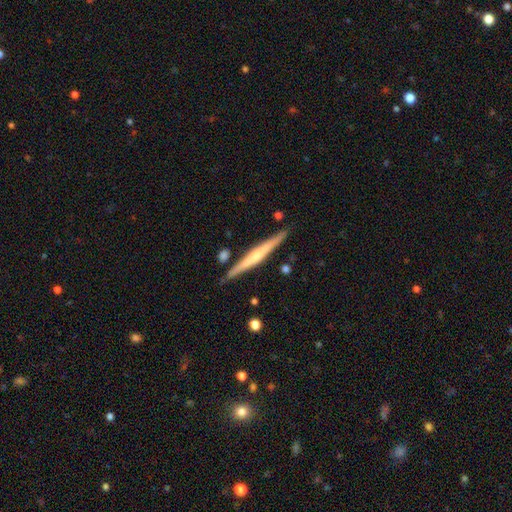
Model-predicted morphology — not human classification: This is likely a featured or disk galaxy (67%). It is clearly viewed edge-on (97%). Edge-on bulge: likely rounded (68%). Merging: clearly none (86%).